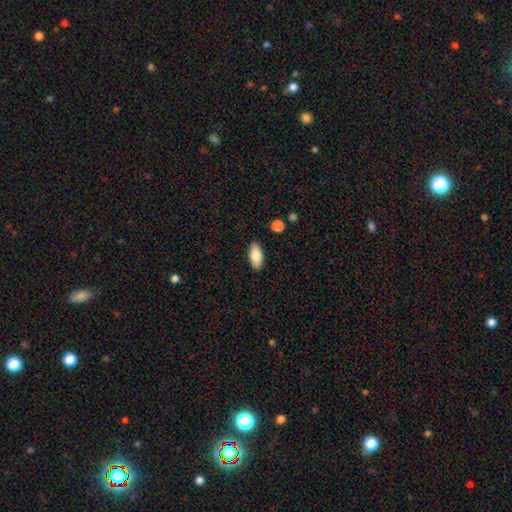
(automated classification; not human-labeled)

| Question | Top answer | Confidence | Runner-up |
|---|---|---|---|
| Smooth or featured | smooth | 82% | featured or disk (12%) |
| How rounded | in between | 87% | cigar-shaped (10%) |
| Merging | none | 89% | minor disturbance (8%) |